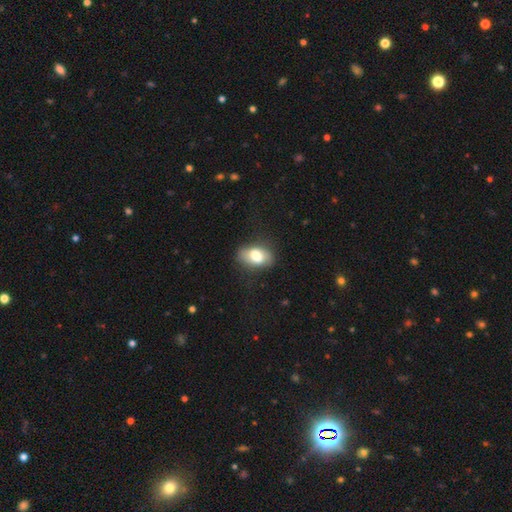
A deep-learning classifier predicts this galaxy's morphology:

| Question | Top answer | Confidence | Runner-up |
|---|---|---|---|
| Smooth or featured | smooth | 70% | featured or disk (22%) |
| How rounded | in between | 89% | round (9%) |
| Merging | none | 74% | minor disturbance (18%) |